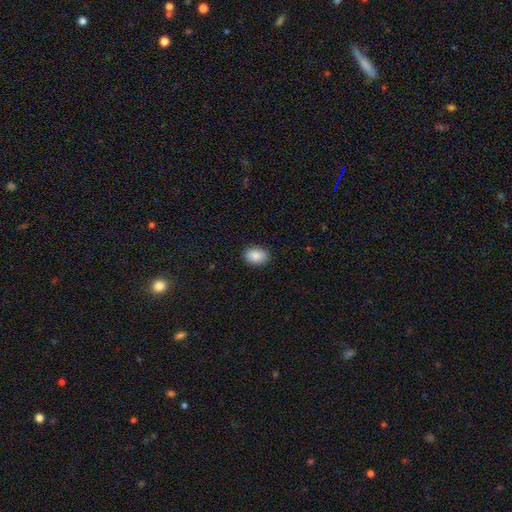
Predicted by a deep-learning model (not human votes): Q: Smooth or featured?
A: smooth (89%); runner-up: star or artifact (7%)
Q: How rounded?
A: in between (78%); runner-up: round (21%)
Q: Merging?
A: none (87%); runner-up: minor disturbance (10%)